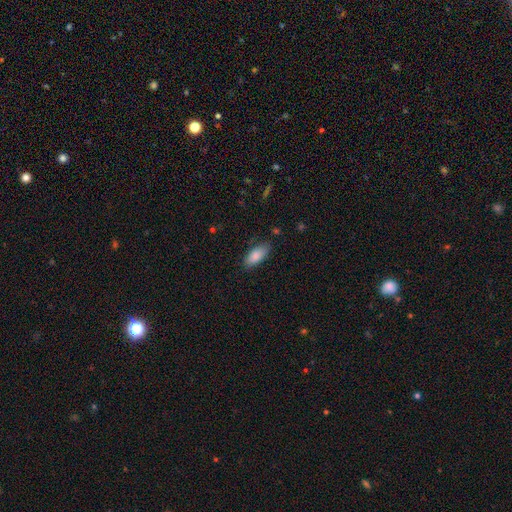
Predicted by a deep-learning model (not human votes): Q: Smooth or featured?
A: smooth (85%); runner-up: featured or disk (9%)
Q: How rounded?
A: in between (85%); runner-up: cigar-shaped (13%)
Q: Merging?
A: none (80%); runner-up: minor disturbance (16%)